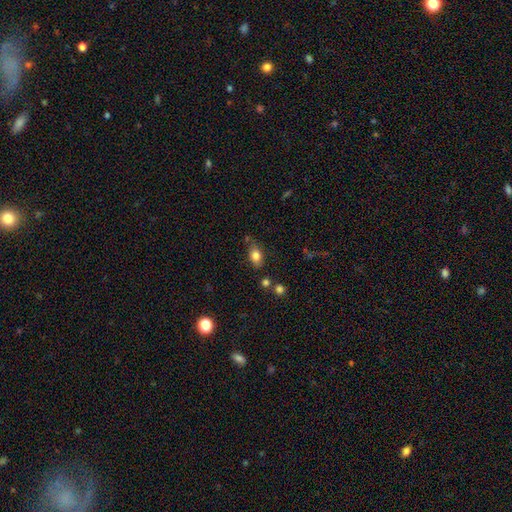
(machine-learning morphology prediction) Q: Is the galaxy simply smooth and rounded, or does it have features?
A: smooth — 81%.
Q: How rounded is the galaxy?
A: in between — 83%.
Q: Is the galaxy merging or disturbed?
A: none — 70%.